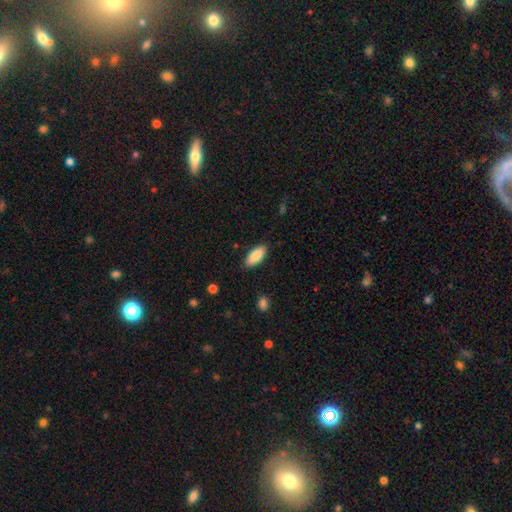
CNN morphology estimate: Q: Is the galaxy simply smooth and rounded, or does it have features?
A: smooth — 88%.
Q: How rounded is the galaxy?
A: in between — 86%.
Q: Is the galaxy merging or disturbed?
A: none — 87%.